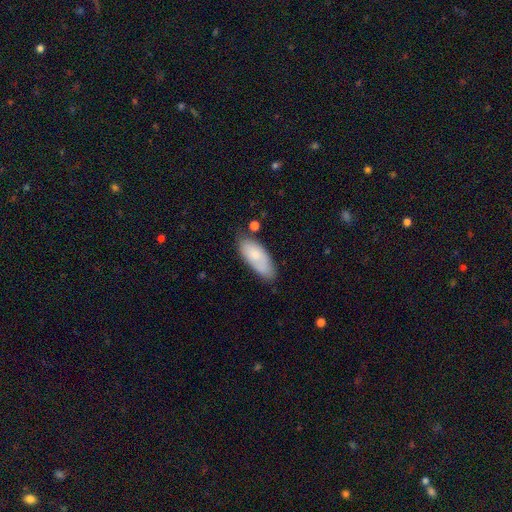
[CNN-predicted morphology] A smooth galaxy with no disk features (71%) that is in between round and cigar-shaped (83%).

Vote fractions:
- Smooth or featured? smooth: 71% / featured or disk: 22% / star or artifact: 7%
- How rounded? in between: 83% / cigar-shaped: 15% / round: 2%
- Merging? none: 64% / minor disturbance: 24% / major disturbance: 6% / merger: 6%